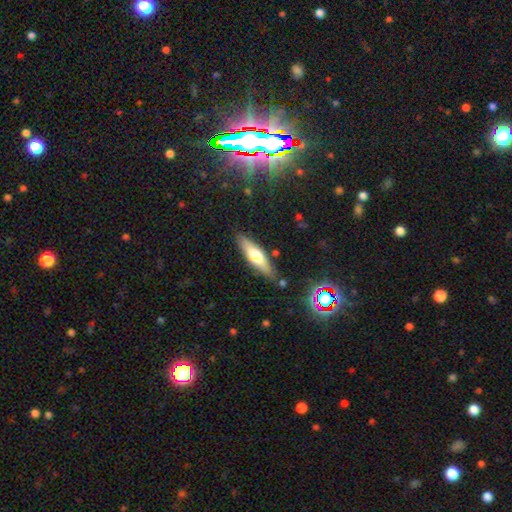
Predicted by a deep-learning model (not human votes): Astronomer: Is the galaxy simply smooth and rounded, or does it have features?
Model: smooth — 54% (runner-up: featured or disk, 39%).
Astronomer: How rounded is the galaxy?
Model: cigar-shaped — 65%.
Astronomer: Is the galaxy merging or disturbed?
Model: none — 84%.